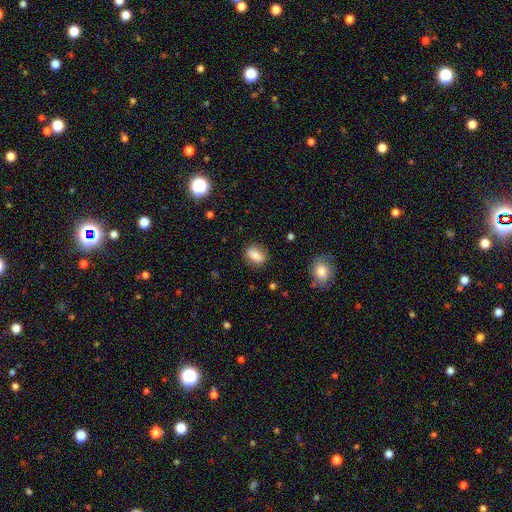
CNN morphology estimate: Q: Smooth or featured?
A: smooth (81%); runner-up: featured or disk (11%)
Q: How rounded?
A: in between (75%); runner-up: round (19%)
Q: Merging?
A: none (83%); runner-up: minor disturbance (12%)